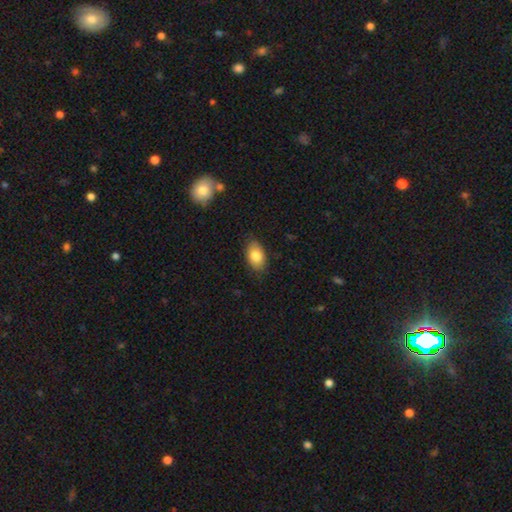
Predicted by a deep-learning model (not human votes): This is clearly a smooth galaxy (82%). How rounded: clearly in between (91%). Merging: clearly none (83%).